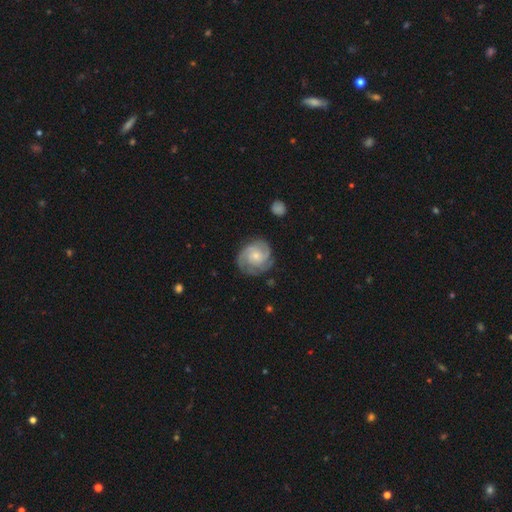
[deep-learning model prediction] Smooth or featured? featured or disk (80%)
Edge-on disk? no (98%)
Bar? no (74%)
Spiral arms? yes (96%)
Spiral winding? tight (58%)
Spiral arm count? 3 (45%)
Bulge size? small (61%)
Merging? none (77%)